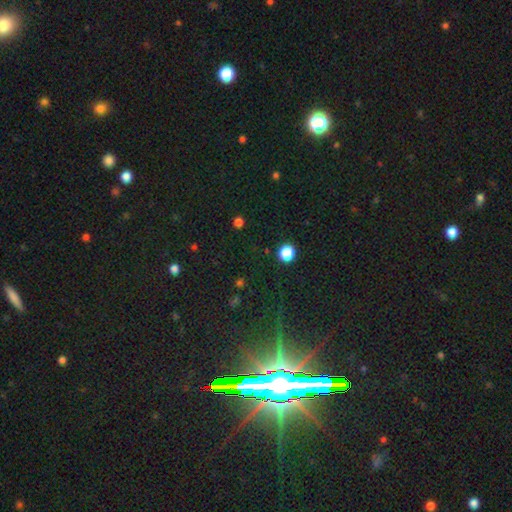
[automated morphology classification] The model was most divided on "smooth or featured": star or artifact: 80%, featured or disk: 11%, smooth: 10%.